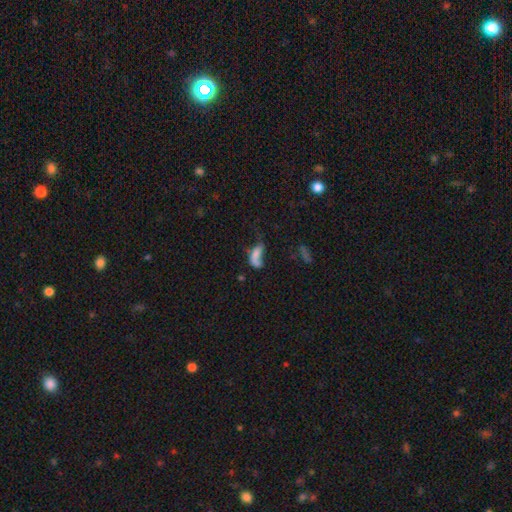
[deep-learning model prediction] smooth_or_featured: smooth (p=0.58) [alt: featured or disk p=0.27]
how_rounded: in between (p=0.75) [alt: cigar-shaped p=0.20]
merging: major disturbance (p=0.40) [alt: none p=0.22]